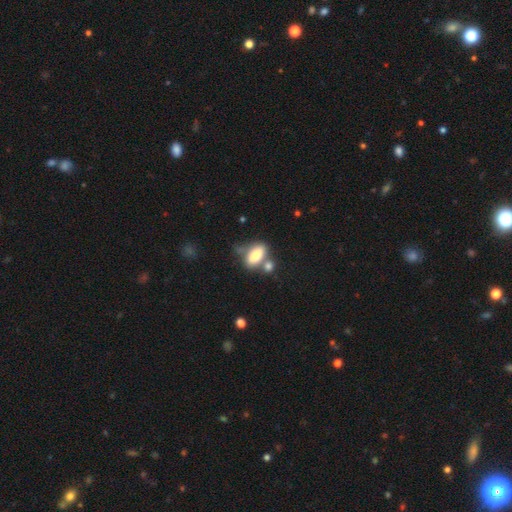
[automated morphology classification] smooth_or_featured: smooth (p=0.74) [alt: featured or disk p=0.18]
how_rounded: in between (p=0.84) [alt: cigar-shaped p=0.10]
merging: none (p=0.42) [alt: merger p=0.34]